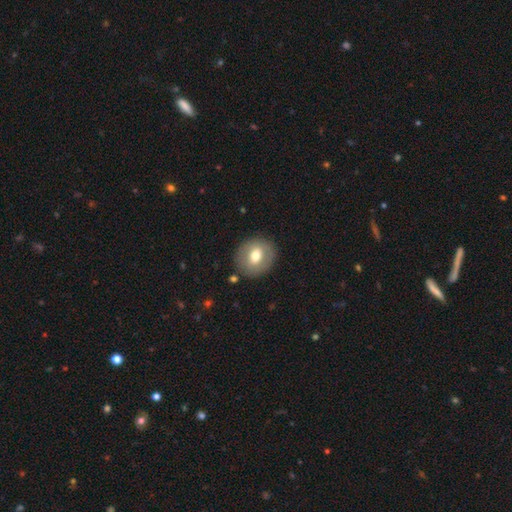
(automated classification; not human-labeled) Q: Smooth or featured?
A: smooth (62%); runner-up: featured or disk (30%)
Q: How rounded?
A: round (76%); runner-up: in between (23%)
Q: Merging?
A: none (85%); runner-up: minor disturbance (10%)